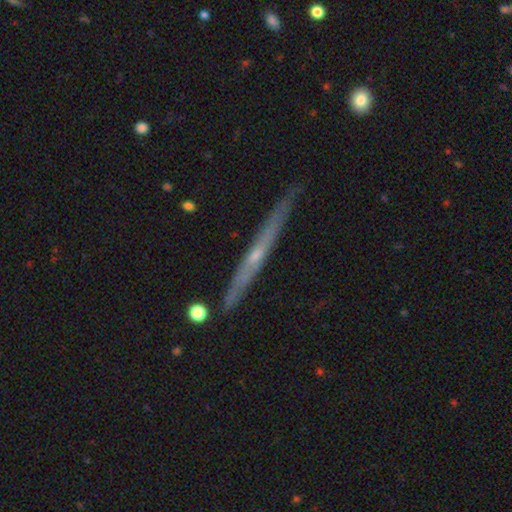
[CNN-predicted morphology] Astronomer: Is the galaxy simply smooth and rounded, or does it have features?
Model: featured or disk — 69%.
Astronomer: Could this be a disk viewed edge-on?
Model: yes — 96%.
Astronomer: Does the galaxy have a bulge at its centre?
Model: none — 52% (runner-up: rounded, 44%).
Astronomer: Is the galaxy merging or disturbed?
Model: none — 85%.